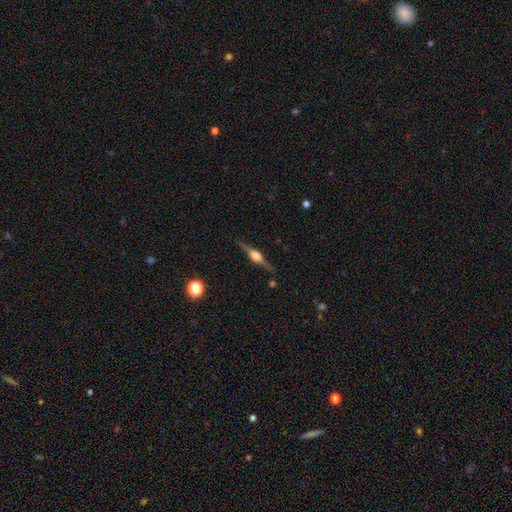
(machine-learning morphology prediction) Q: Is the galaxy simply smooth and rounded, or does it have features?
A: featured or disk — 81%.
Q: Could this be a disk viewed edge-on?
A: yes — 98%.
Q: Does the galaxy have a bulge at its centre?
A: rounded — 88%.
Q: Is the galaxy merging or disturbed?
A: none — 88%.